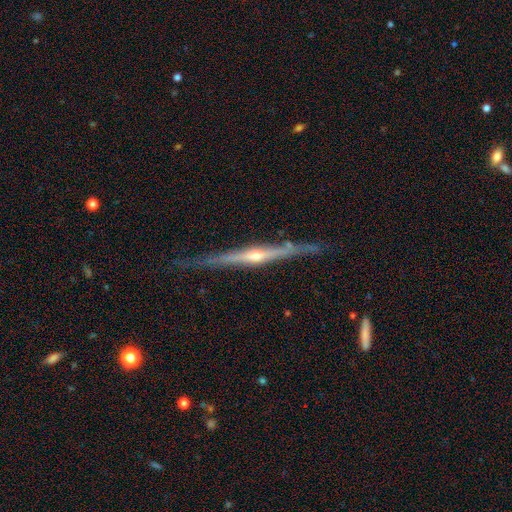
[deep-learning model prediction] A featured or disk galaxy (81%) viewed edge-on (98%) with a rounded central bulge (80%). Merging: none (81%).